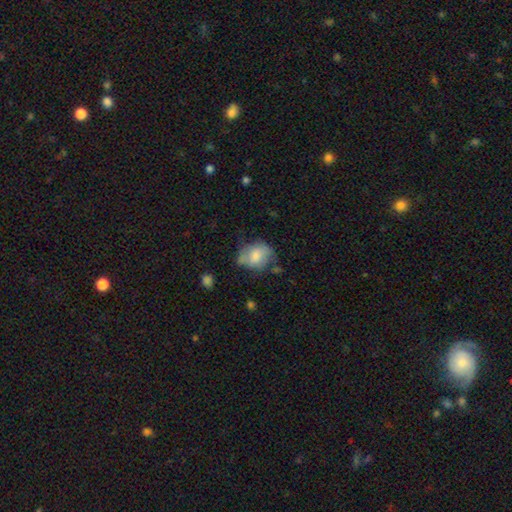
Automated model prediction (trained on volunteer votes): Overall: smooth (68%). How rounded: in between (53%; round 46%). Merging: none (50%; minor disturbance 31%).